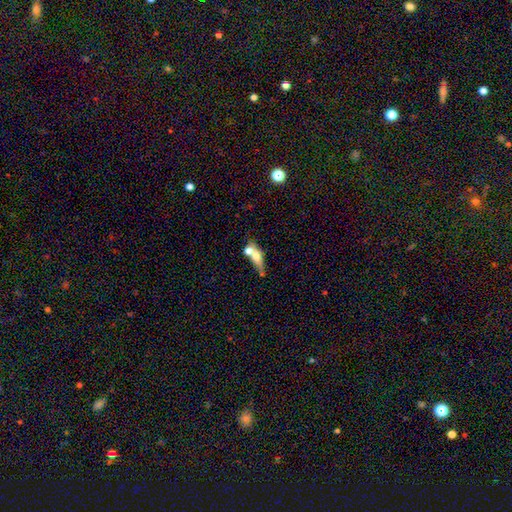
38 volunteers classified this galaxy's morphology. Overall: smooth (63%; featured or disk 29%). How rounded: in between (58%; round 21%). Merging: merger (54%; none 34%).